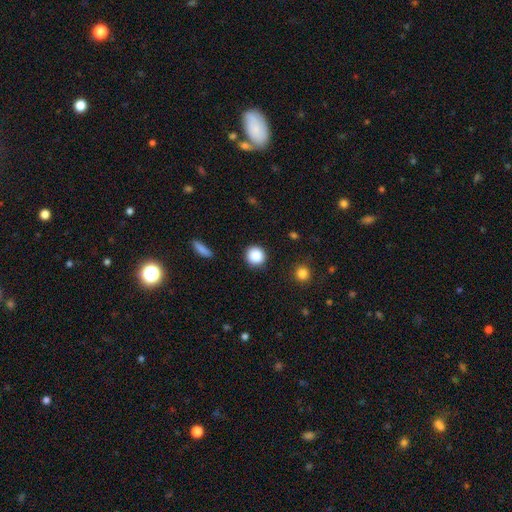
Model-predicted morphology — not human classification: The model was most divided on "smooth or featured": smooth: 87%, star or artifact: 9%, featured or disk: 3%. More confident: how rounded — round (92%); merging — none (90%).